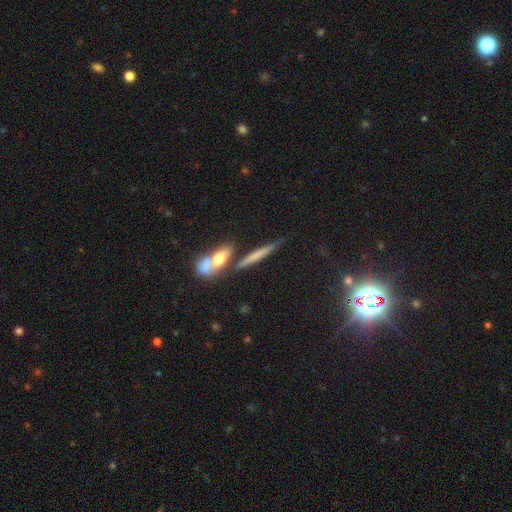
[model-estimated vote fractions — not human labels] Smooth or featured? Predicted: smooth (p=0.52). How rounded? Predicted: cigar-shaped (p=0.86). Merging? Predicted: none (p=0.65).